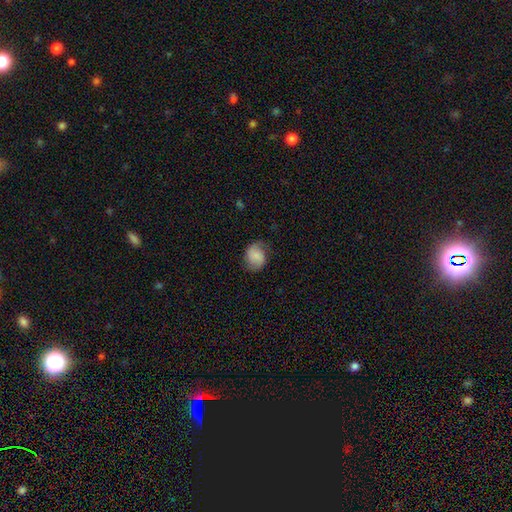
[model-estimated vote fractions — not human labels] Smooth or featured? smooth (59%)
How rounded? round (57%)
Merging? none (70%)